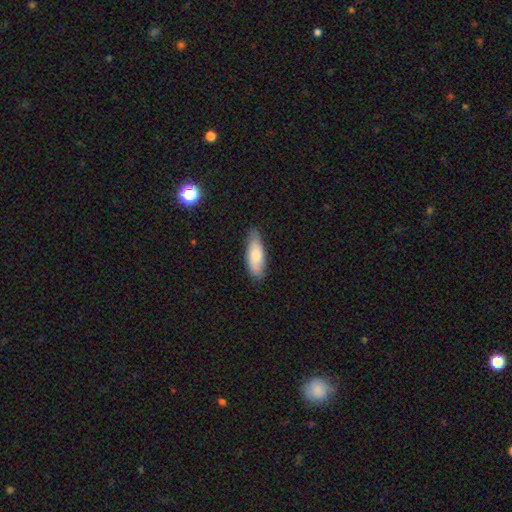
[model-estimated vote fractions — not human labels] Morphology: type=smooth (77%); roundness=in between (71%); merging=none (75%).